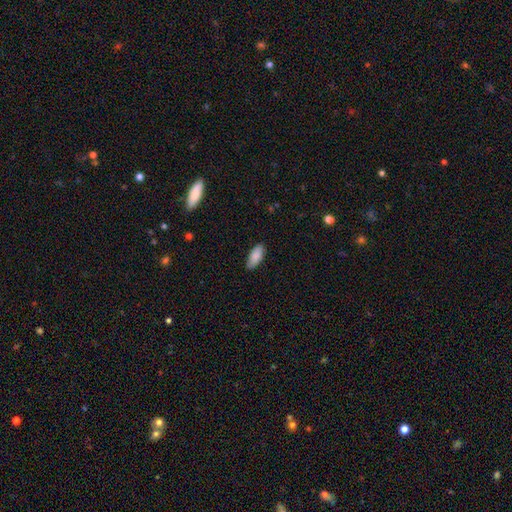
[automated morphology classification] A smooth galaxy with no disk features (87%) that is in between round and cigar-shaped (85%).

Vote fractions:
- Smooth or featured? smooth: 87% / featured or disk: 7% / star or artifact: 6%
- How rounded? in between: 85% / cigar-shaped: 13% / round: 2%
- Merging? none: 84% / minor disturbance: 13% / major disturbance: 2% / merger: 1%